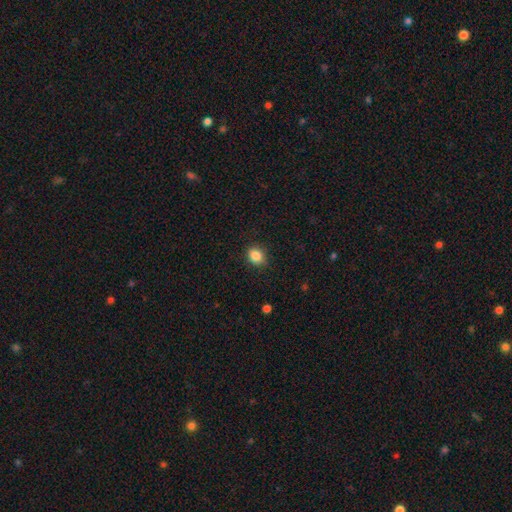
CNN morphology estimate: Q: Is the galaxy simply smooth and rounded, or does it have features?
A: smooth — 86%.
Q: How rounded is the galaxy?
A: round — 58%.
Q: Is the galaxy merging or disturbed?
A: none — 86%.